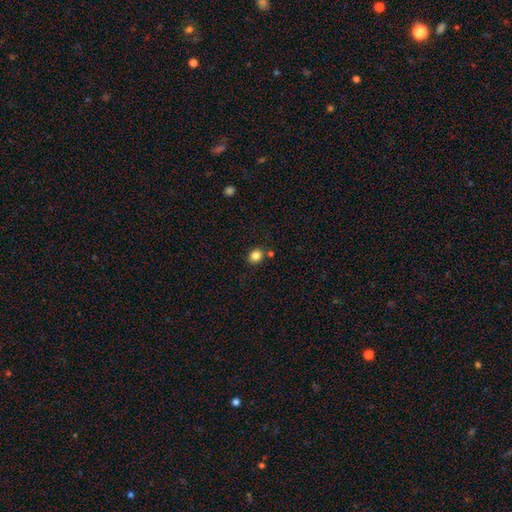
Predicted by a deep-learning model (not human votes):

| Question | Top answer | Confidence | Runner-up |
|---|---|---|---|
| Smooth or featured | smooth | 84% | star or artifact (11%) |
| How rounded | round | 66% | in between (33%) |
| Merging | none | 80% | minor disturbance (10%) |